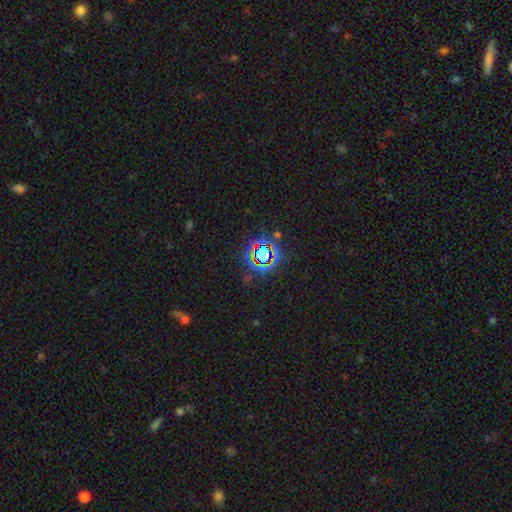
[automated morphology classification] Smooth or featured: star or artifact — 76% (smooth — 15%)